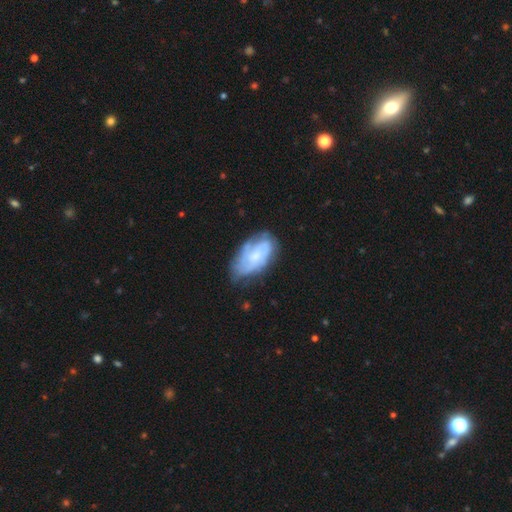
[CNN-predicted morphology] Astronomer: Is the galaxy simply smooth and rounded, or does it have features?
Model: featured or disk — 63%.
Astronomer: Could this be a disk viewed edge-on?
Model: no — 95%.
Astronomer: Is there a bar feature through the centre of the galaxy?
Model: no — 70%.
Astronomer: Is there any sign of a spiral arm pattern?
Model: yes — 81%.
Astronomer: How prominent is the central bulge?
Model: small — 52%.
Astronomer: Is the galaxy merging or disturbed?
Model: none — 61%.